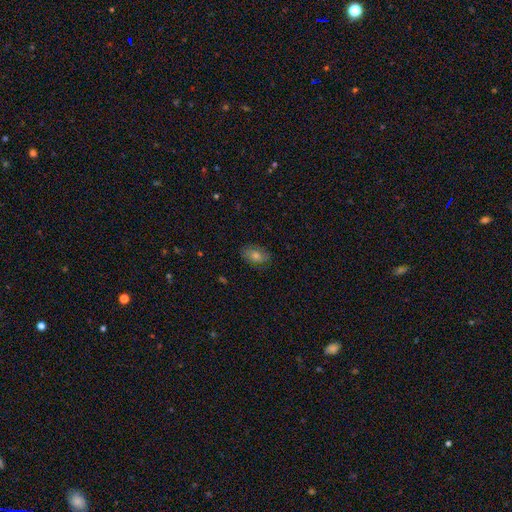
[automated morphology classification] Smooth or featured?
  - smooth: 61% *
  - featured or disk: 25%
  - star or artifact: 15%
How rounded?
  - in between: 84% *
  - round: 14%
  - cigar-shaped: 2%
Merging?
  - none: 83% *
  - minor disturbance: 13%
  - major disturbance: 3%
  - merger: 1%